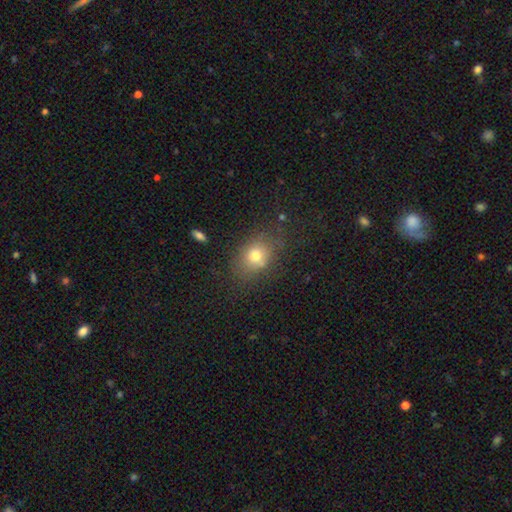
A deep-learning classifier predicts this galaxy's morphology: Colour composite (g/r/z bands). It shows a smooth galaxy with no disk features (74%) that is in between round and cigar-shaped (51%). Merging: none (71%).